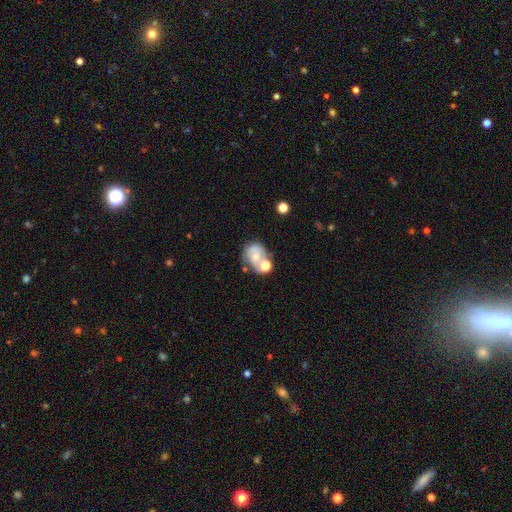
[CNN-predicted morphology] Smooth or featured? smooth (50%)
How rounded? round (53%)
Merging? merger (36%)